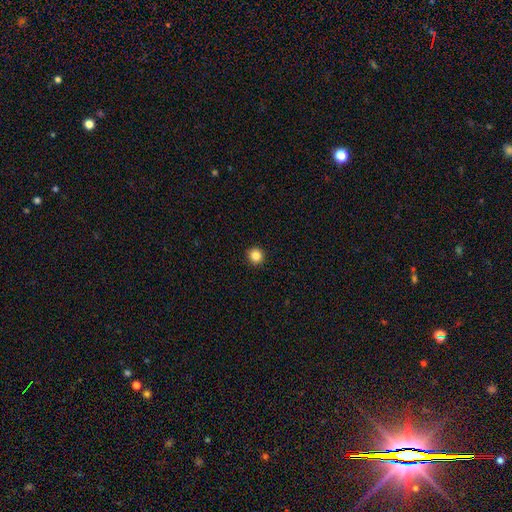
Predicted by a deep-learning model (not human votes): A smooth galaxy with no disk features (85%) that is round (93%).

Vote fractions:
- Smooth or featured? smooth: 85% / star or artifact: 11% / featured or disk: 4%
- How rounded? round: 93% / in between: 6% / cigar-shaped: 1%
- Merging? none: 93% / minor disturbance: 5% / major disturbance: 2% / merger: 1%